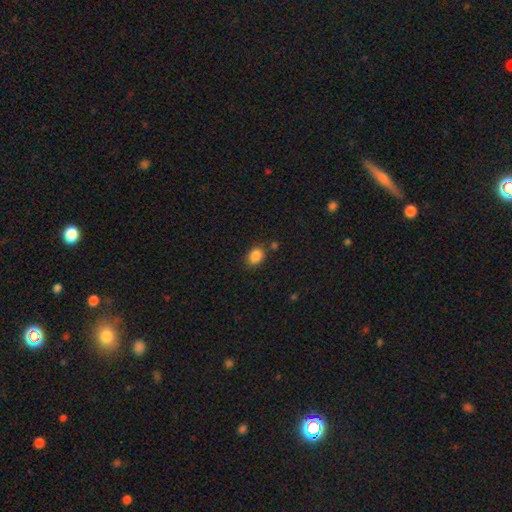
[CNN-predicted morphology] Overall: smooth (86%). How rounded: in between (65%; round 34%). Merging: none (76%).